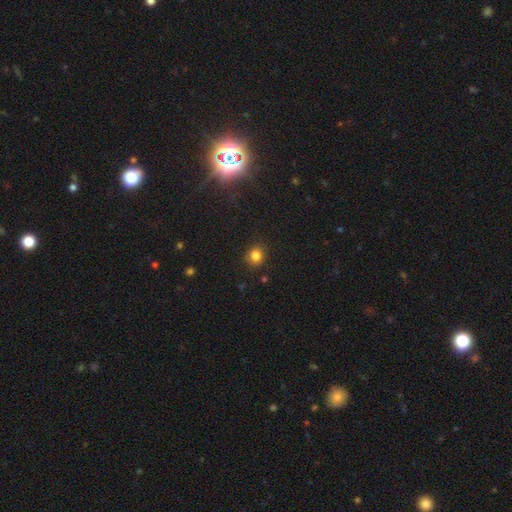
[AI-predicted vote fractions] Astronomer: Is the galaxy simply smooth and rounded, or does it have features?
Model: smooth — 83%.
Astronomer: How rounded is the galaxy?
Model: round — 83%.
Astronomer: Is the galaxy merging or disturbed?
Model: none — 88%.